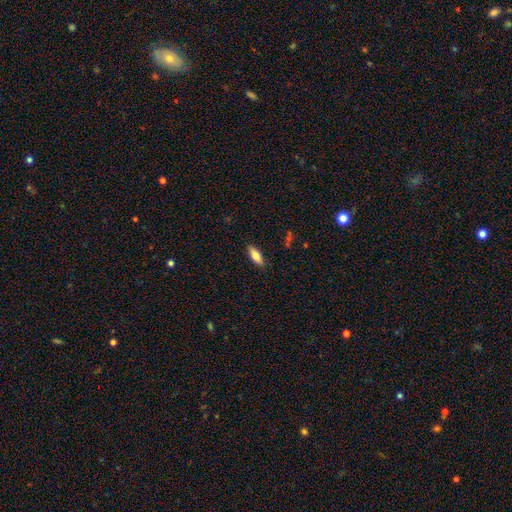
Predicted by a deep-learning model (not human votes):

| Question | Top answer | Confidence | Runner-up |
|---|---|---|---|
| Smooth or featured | smooth | 75% | featured or disk (18%) |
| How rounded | in between | 68% | cigar-shaped (30%) |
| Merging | none | 88% | minor disturbance (9%) |